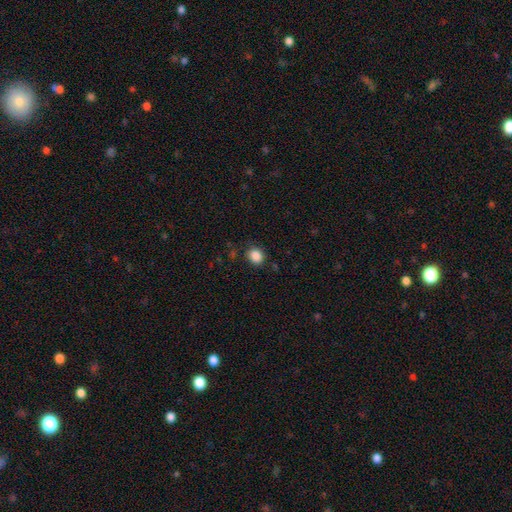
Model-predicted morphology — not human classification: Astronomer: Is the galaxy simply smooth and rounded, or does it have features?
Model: smooth — 87%.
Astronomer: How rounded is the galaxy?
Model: round — 68%.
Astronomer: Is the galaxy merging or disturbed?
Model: none — 84%.